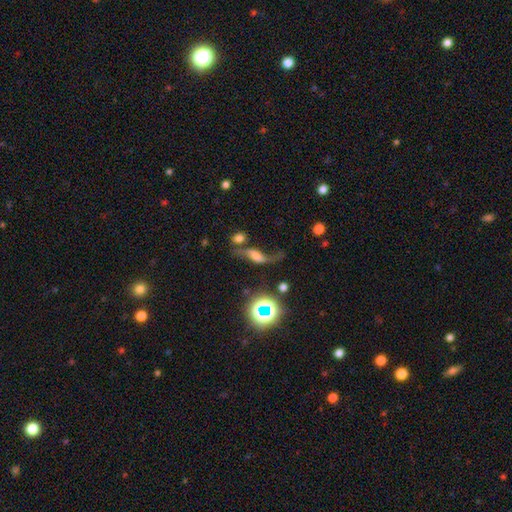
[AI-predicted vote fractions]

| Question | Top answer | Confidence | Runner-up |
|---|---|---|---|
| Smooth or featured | featured or disk | 56% | smooth (26%) |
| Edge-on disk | no | 86% | yes (14%) |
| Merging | none | 46% | major disturbance (23%) |